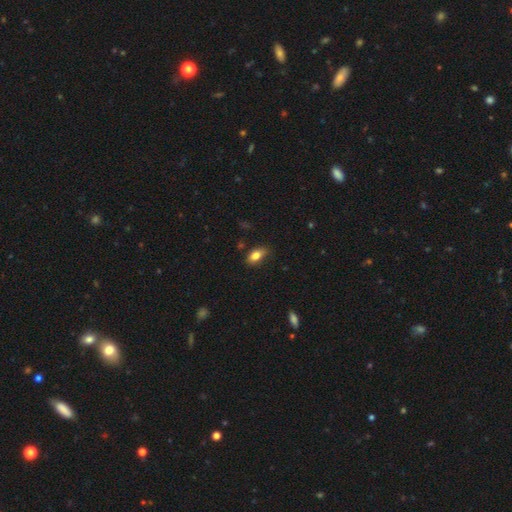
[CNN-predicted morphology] This is clearly a smooth galaxy (83%). How rounded: clearly in between (88%). Merging: likely none (74%).